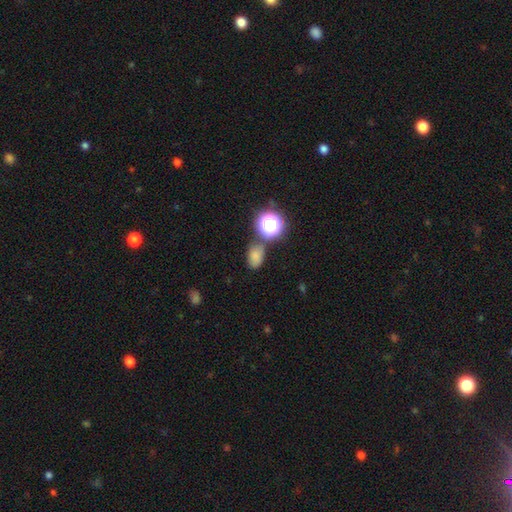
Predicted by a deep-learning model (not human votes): The model was most divided on "merging": none: 63%, minor disturbance: 17%, merger: 15%, major disturbance: 6%. More confident: how rounded — in between (75%); smooth or featured — smooth (71%).